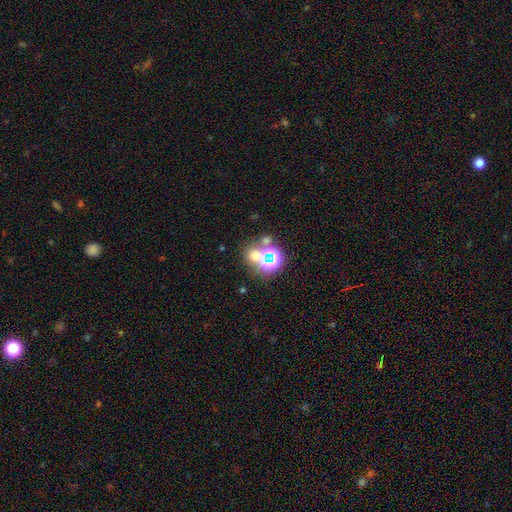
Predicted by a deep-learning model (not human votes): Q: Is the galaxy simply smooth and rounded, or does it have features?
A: smooth — 51%.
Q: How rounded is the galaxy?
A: round — 82%.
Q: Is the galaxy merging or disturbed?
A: none — 62%.